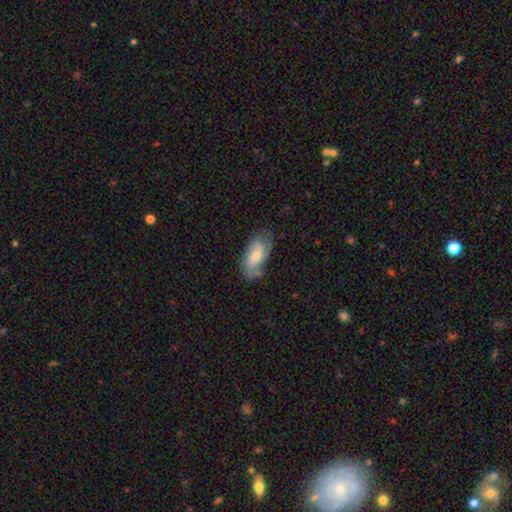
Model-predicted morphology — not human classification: This is likely a featured or disk galaxy (62%). It is clearly not viewed edge-on (93%). Bar: possibly no (56%). Spiral arm pattern: clearly yes (90%). Spiral arm count: likely 2 (63%). Spiral winding: marginally medium (44%). Central bulge: possibly moderate (49%). Merging: likely none (68%).